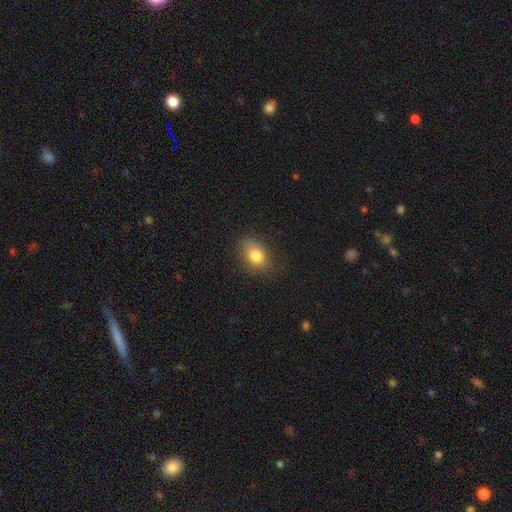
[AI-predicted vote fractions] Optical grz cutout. It shows a smooth galaxy with no disk features (77%) that is in between round and cigar-shaped (73%). Merging: none (68%).